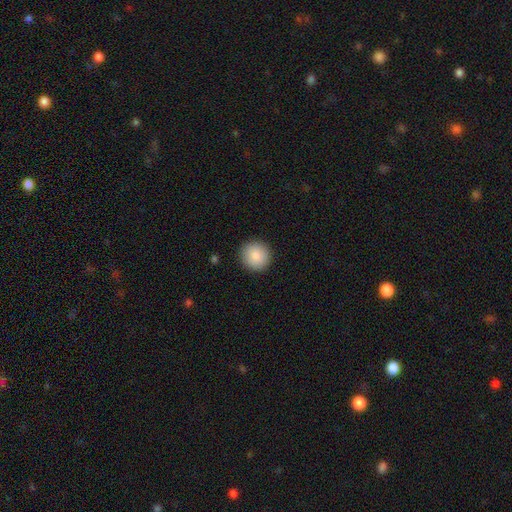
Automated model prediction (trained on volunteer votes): smooth_or_featured: smooth (p=0.88) [alt: star or artifact p=0.07]
how_rounded: round (p=0.94) [alt: in between p=0.05]
merging: none (p=0.92) [alt: minor disturbance p=0.06]